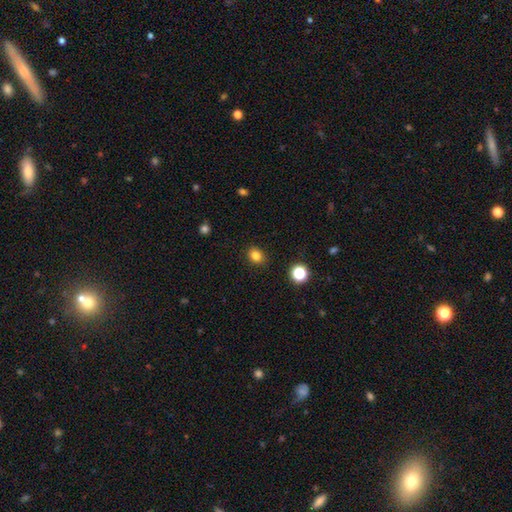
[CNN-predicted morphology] This appears to be a smooth galaxy with no disk features (82%) that is round (53%). Merging: none (89%).